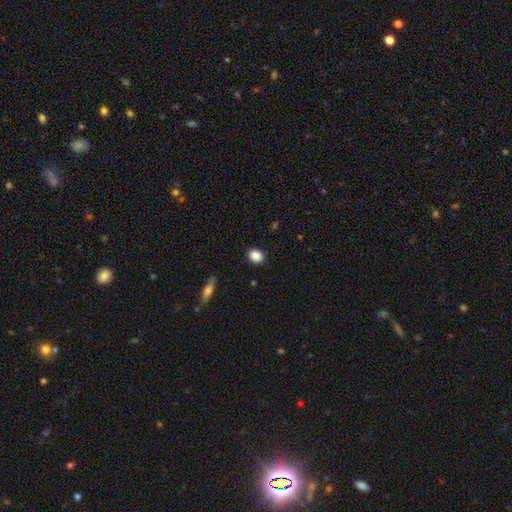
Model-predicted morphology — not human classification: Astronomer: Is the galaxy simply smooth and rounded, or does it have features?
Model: smooth — 88%.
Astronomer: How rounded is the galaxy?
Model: round — 51% (runner-up: in between, 47%).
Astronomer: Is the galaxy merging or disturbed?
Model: none — 89%.